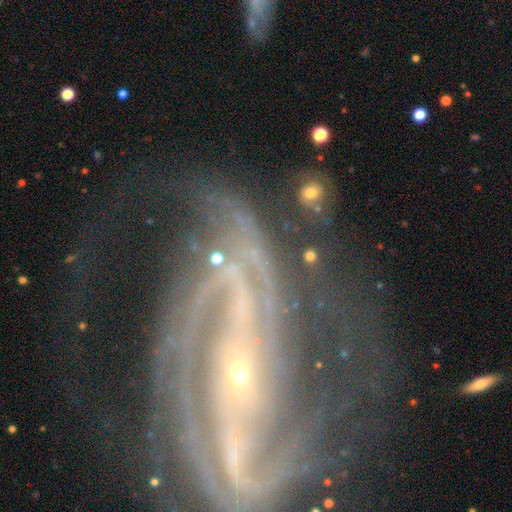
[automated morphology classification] featured or disk 68%, star or artifact 18%, smooth 14%. Down the decision tree: edge-on disk — no (94%); bar — no (36%); spiral arms — yes (85%); spiral arm count — 2 (38%); spiral winding — tight (46%); bulge size — small (57%); merging — none (55%).